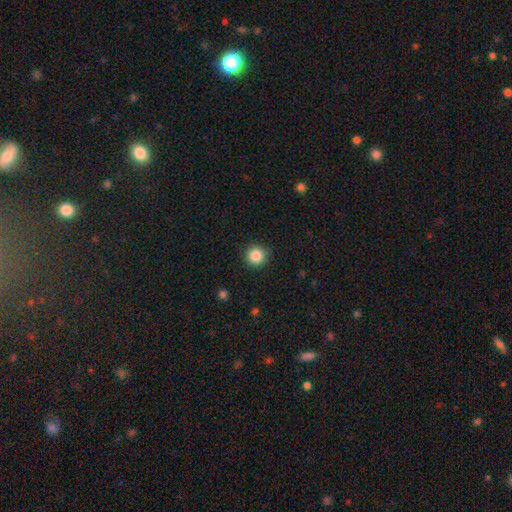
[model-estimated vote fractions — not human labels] Q: Smooth or featured?
A: smooth (86%); runner-up: star or artifact (10%)
Q: How rounded?
A: round (95%); runner-up: in between (4%)
Q: Merging?
A: none (90%); runner-up: minor disturbance (7%)